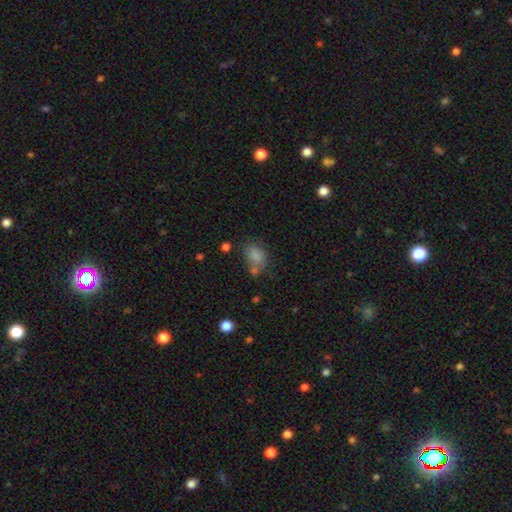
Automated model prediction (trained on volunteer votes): smooth-or-featured: smooth: 81% | star or artifact: 11% | featured or disk: 8%
  how-rounded: in between: 77% | round: 22% | cigar-shaped: 1%
  merging: none: 52% | merger: 20% | minor disturbance: 20% | major disturbance: 8%